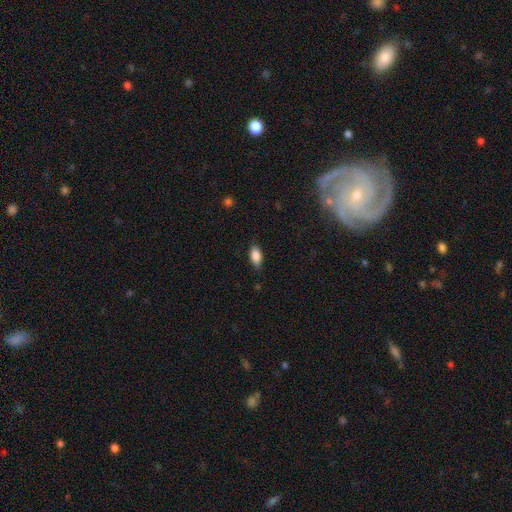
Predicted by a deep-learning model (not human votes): smooth 85%, featured or disk 8%, star or artifact 7%. Down the decision tree: how rounded — in between (89%); merging — none (80%).